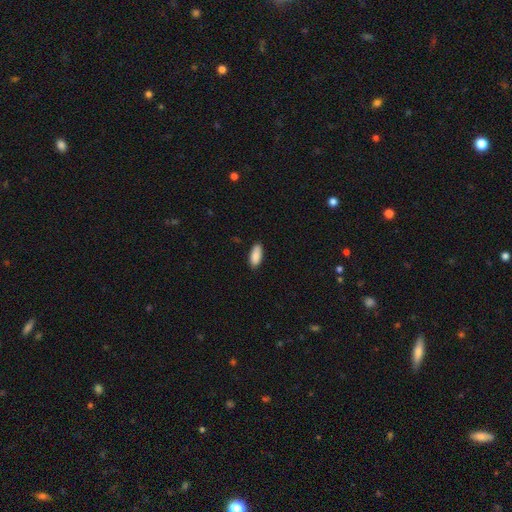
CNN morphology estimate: smooth 89%, star or artifact 6%, featured or disk 5%. Down the decision tree: how rounded — in between (82%); merging — none (86%).